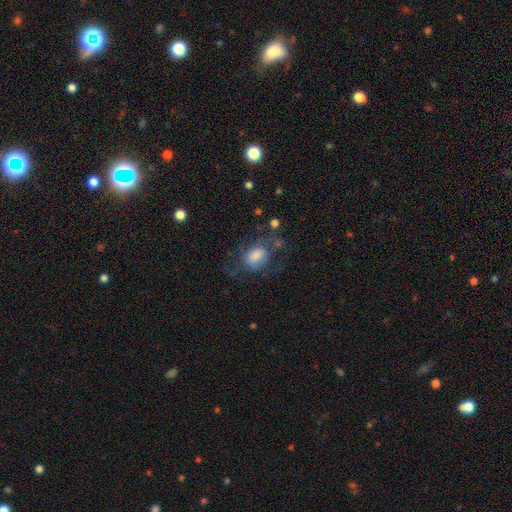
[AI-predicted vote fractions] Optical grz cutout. It shows a featured or disk galaxy (47%). Merging: none (46%).